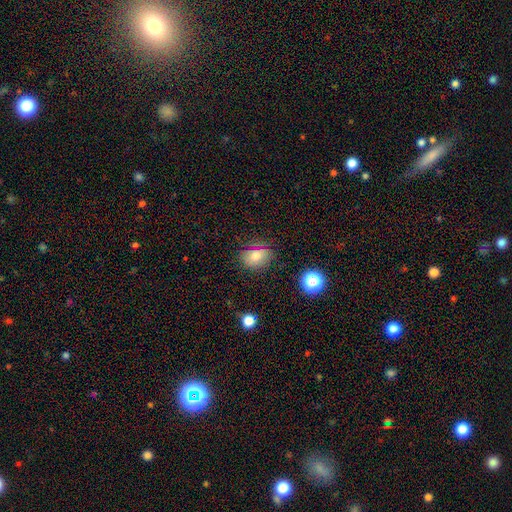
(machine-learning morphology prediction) A smooth galaxy with no disk features (75%) that is in between round and cigar-shaped (58%).

Vote fractions:
- Smooth or featured? smooth: 75% / star or artifact: 14% / featured or disk: 11%
- How rounded? in between: 58% / round: 41% / cigar-shaped: 1%
- Merging? none: 79% / minor disturbance: 15% / major disturbance: 4% / merger: 2%